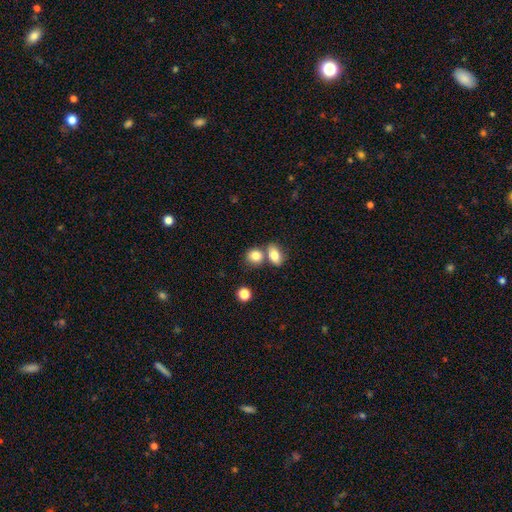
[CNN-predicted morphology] A smooth galaxy with no disk features (81%) that is round (62%). Merging: none (52%).